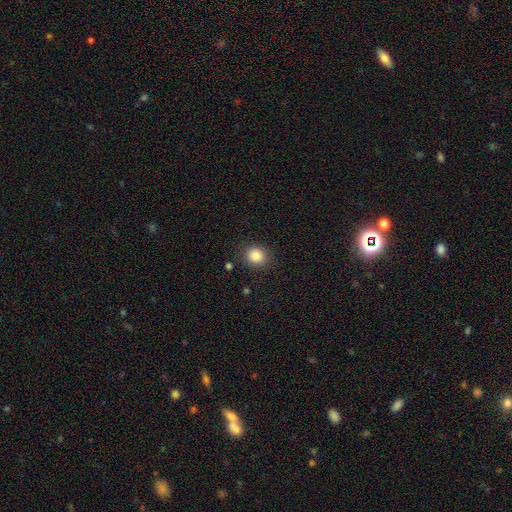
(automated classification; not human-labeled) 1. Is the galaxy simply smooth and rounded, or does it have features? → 86% smooth, 10% star or artifact, 4% featured or disk.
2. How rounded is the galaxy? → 79% round, 21% in between, 1% cigar-shaped.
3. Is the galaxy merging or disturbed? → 87% none, 9% minor disturbance, 3% major disturbance, 2% merger.